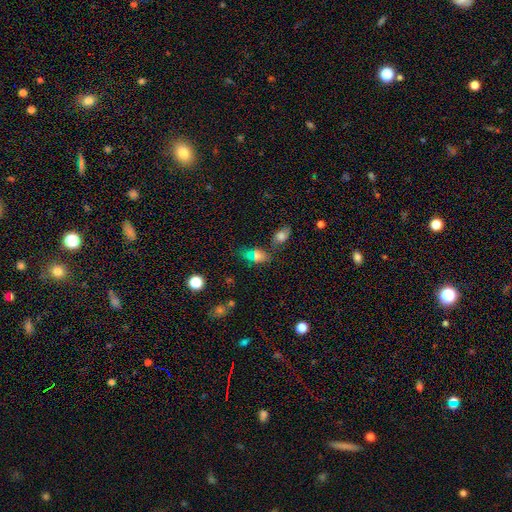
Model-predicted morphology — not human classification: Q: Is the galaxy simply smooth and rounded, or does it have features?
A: smooth — 68%.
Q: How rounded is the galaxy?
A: in between — 83%.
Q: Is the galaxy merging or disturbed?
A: none — 60%.